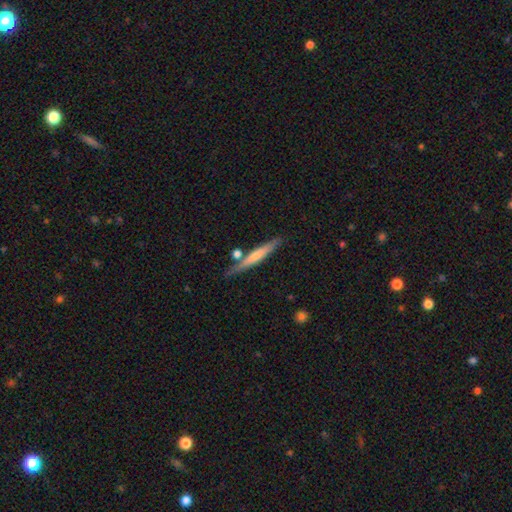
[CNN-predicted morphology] Smooth or featured?
  - smooth: 52% *
  - featured or disk: 42%
  - star or artifact: 6%
How rounded?
  - cigar-shaped: 93% *
  - in between: 5%
  - round: 2%
Merging?
  - none: 75% *
  - minor disturbance: 12%
  - merger: 10%
  - major disturbance: 3%